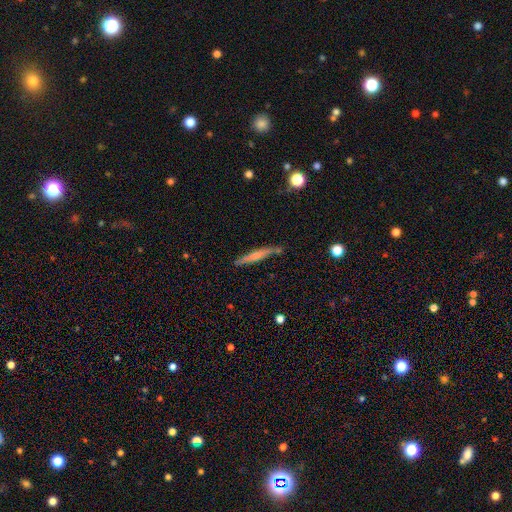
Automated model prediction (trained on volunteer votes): Morphology: type=smooth (48%); merging=none (79%).